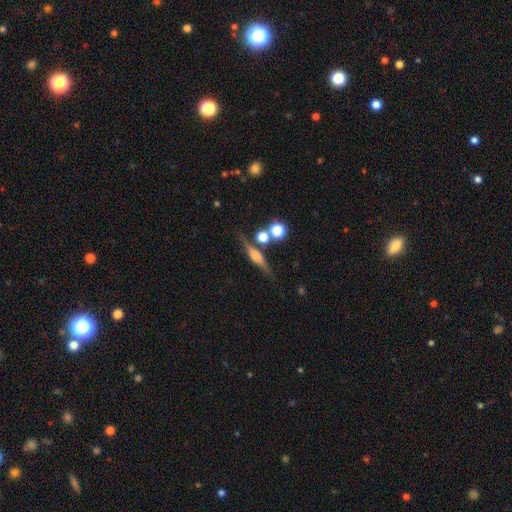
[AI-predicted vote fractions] A featured or disk galaxy (62%) viewed edge-on (93%) with a rounded central bulge (77%).

Vote fractions:
- Smooth or featured? featured or disk: 62% / smooth: 28% / star or artifact: 9%
- Edge-on disk? yes: 93% / no: 7%
- Edge-on bulge? rounded: 77% / boxy: 17% / none: 6%
- Merging? none: 74% / minor disturbance: 13% / merger: 9% / major disturbance: 4%